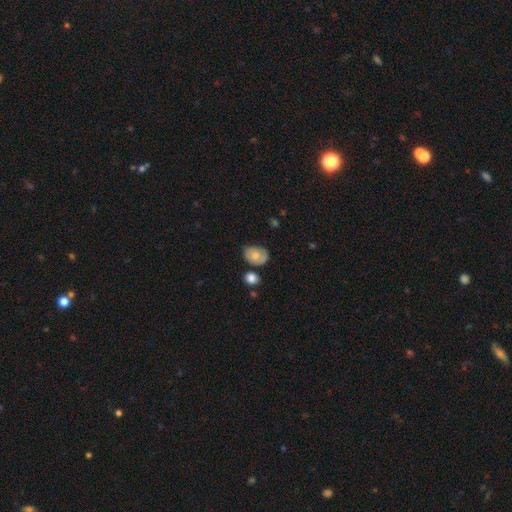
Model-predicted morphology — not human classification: A smooth galaxy with no disk features (69%) that is in between round and cigar-shaped (69%). Merging: none (54%).